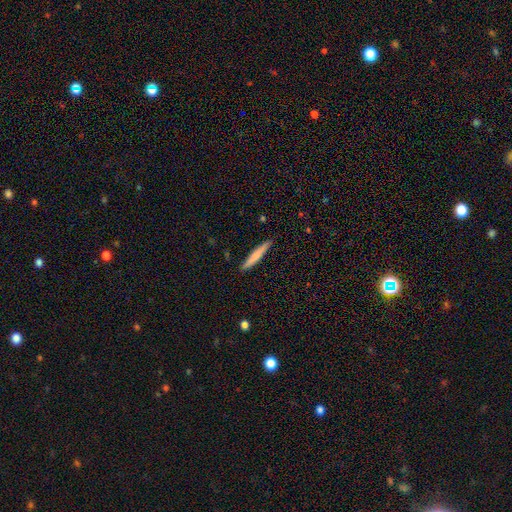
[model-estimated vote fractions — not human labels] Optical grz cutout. It shows a smooth galaxy with no disk features (67%) that is cigar-shaped (95%). Merging: none (91%).